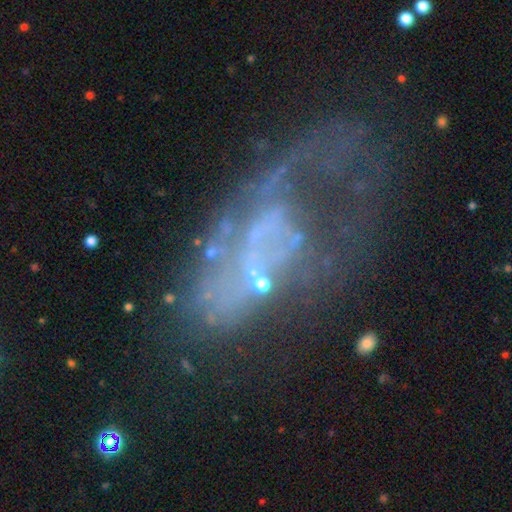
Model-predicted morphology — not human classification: Overall: featured or disk (67%). Edge-on disk: no (95%). Bar: no (80%). Spiral arms: no (67%; yes 33%). Bulge size: none (65%). Merging: major disturbance (51%; none 25%).